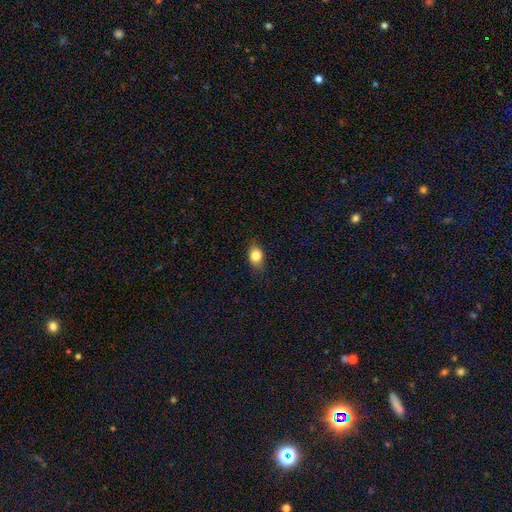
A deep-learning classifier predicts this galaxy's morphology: A smooth galaxy with no disk features (83%) that is in between round and cigar-shaped (63%).

Vote fractions:
- Smooth or featured? smooth: 83% / star or artifact: 9% / featured or disk: 8%
- How rounded? in between: 63% / round: 34% / cigar-shaped: 2%
- Merging? none: 78% / minor disturbance: 17% / major disturbance: 4% / merger: 1%